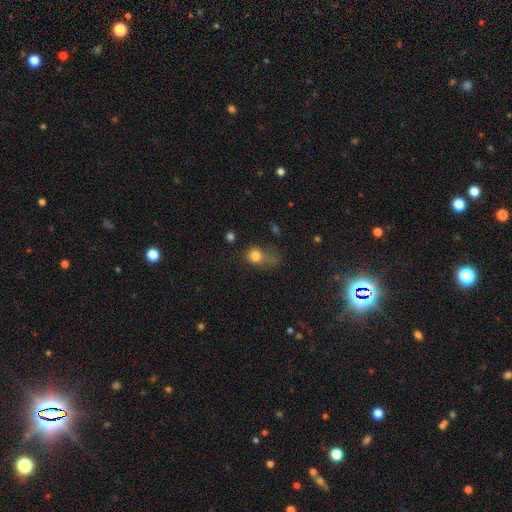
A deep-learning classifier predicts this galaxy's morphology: A smooth galaxy with no disk features (75%) that is round (63%). Merging: major disturbance (39%).